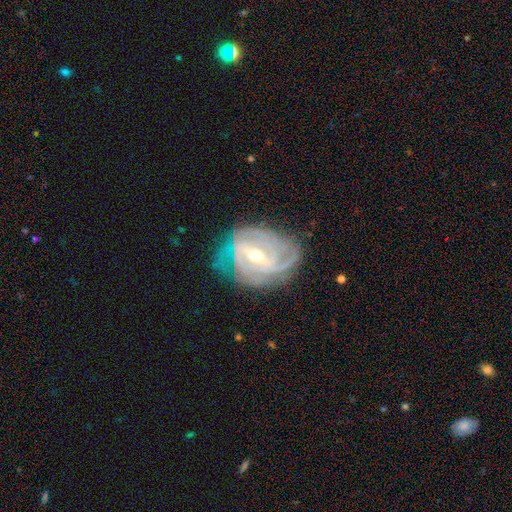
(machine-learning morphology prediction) Smooth or featured: featured or disk — 87% (smooth — 7%)
Edge-on disk: no — 97% (yes — 3%)
Bar: weak — 49% (strong — 33%)
Spiral arms: yes — 95% (no — 5%)
Spiral winding: tight — 59% (medium — 32%)
Spiral arm count: 3 — 27% (tied with can't tell — 27%)
Bulge size: moderate — 55% (small — 41%)
Merging: none — 63% (minor disturbance — 24%)